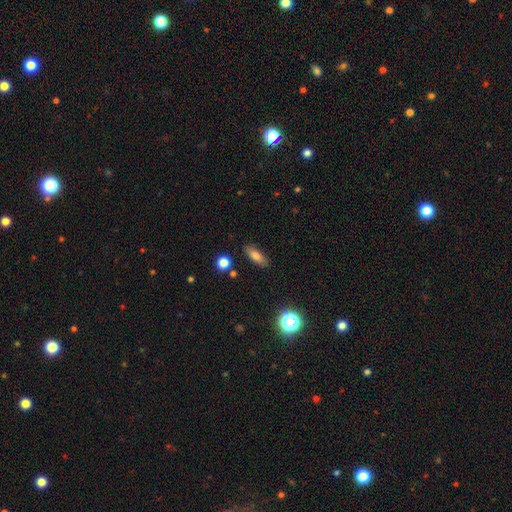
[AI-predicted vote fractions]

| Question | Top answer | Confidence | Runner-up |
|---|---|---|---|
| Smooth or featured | smooth | 77% | featured or disk (13%) |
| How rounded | in between | 68% | cigar-shaped (27%) |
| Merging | none | 86% | minor disturbance (9%) |